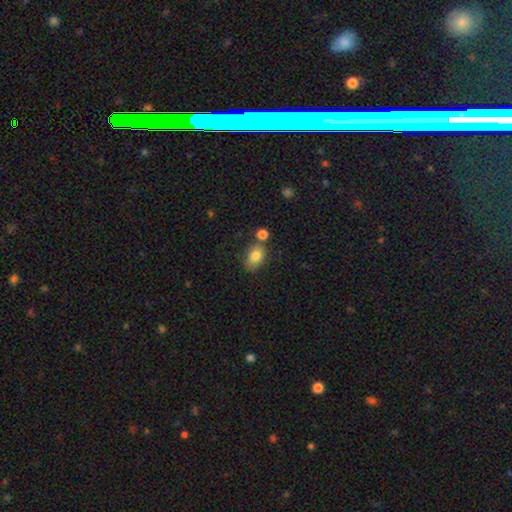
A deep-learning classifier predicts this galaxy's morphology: A smooth galaxy with no disk features (81%) that is in between round and cigar-shaped (83%).

Vote fractions:
- Smooth or featured? smooth: 81% / featured or disk: 10% / star or artifact: 9%
- How rounded? in between: 83% / round: 15% / cigar-shaped: 2%
- Merging? none: 64% / minor disturbance: 16% / merger: 16% / major disturbance: 4%